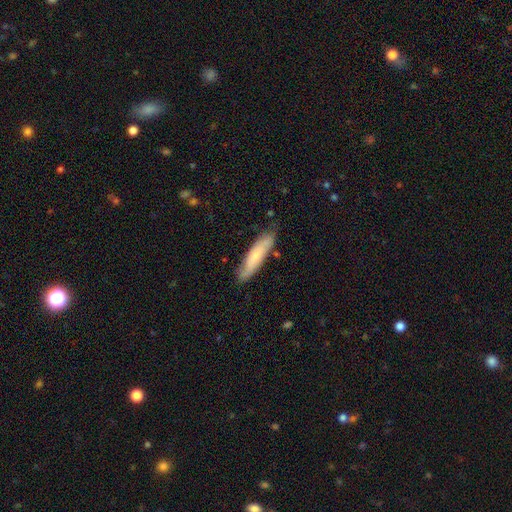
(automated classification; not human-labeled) Smooth or featured: smooth — 59% (featured or disk — 35%)
How rounded: cigar-shaped — 74% (in between — 24%)
Merging: none — 78% (minor disturbance — 17%)